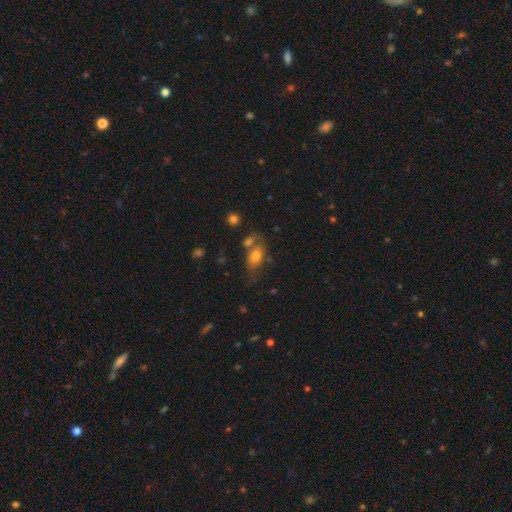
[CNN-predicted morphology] Overall: smooth (71%). How rounded: in between (84%). Merging: none (43%; merger 27%).